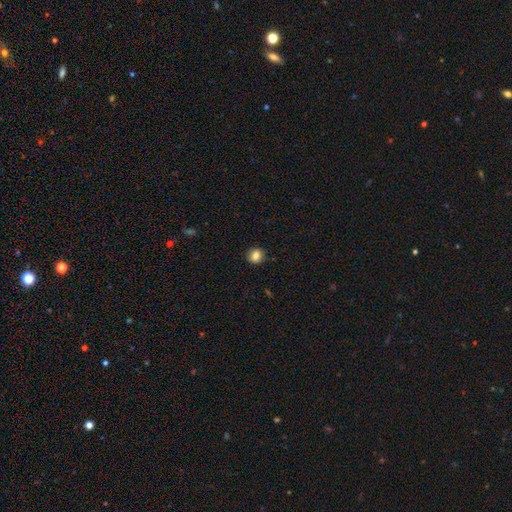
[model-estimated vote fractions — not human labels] Smooth or featured? smooth (81%)
How rounded? round (87%)
Merging? none (89%)